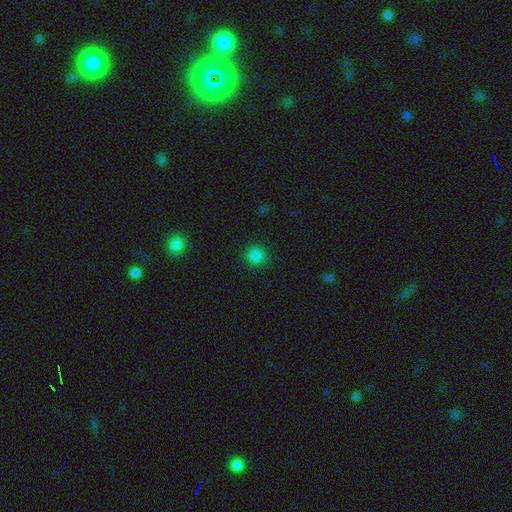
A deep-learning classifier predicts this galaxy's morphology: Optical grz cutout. It shows a smooth galaxy with no disk features (83%) that is round (93%). Merging: none (92%).